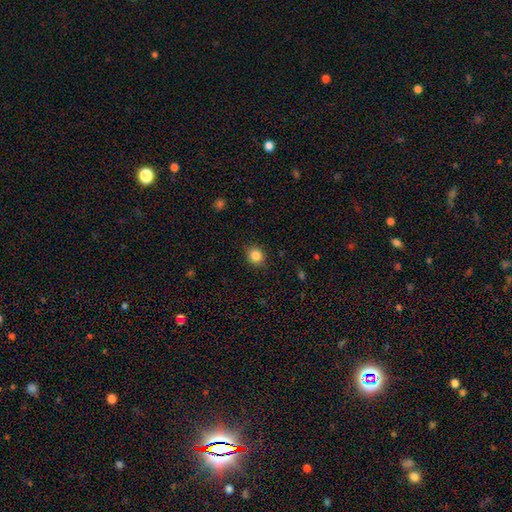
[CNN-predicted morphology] This is clearly a smooth galaxy (85%). How rounded: likely round (77%). Merging: clearly none (89%).